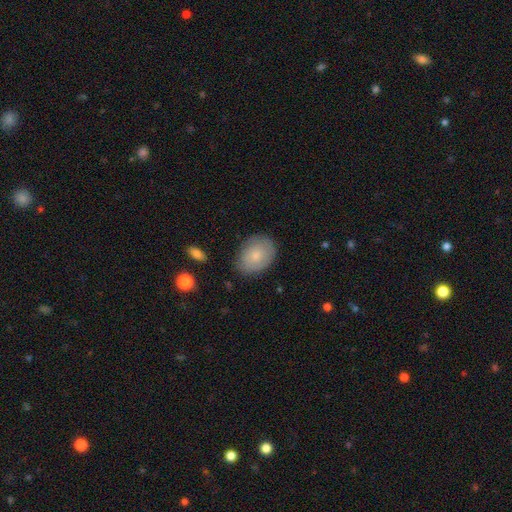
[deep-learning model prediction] Smooth or featured: smooth — 71% (featured or disk — 22%)
How rounded: in between — 70% (round — 29%)
Merging: none — 78% (minor disturbance — 17%)